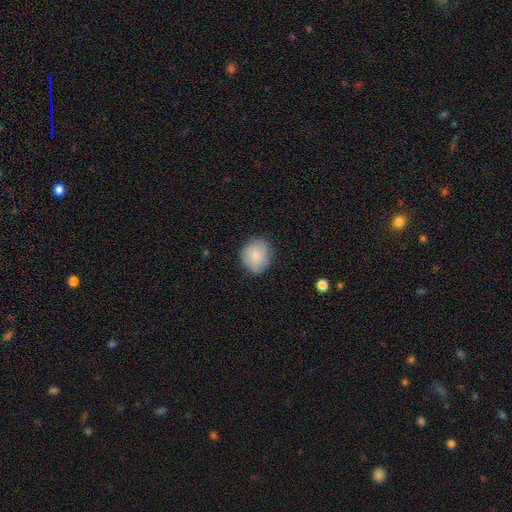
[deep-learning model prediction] A smooth galaxy with no disk features (79%) that is round (75%).

Vote fractions:
- Smooth or featured? smooth: 79% / featured or disk: 14% / star or artifact: 7%
- How rounded? round: 75% / in between: 24% / cigar-shaped: 1%
- Merging? none: 76% / minor disturbance: 19% / major disturbance: 4% / merger: 1%